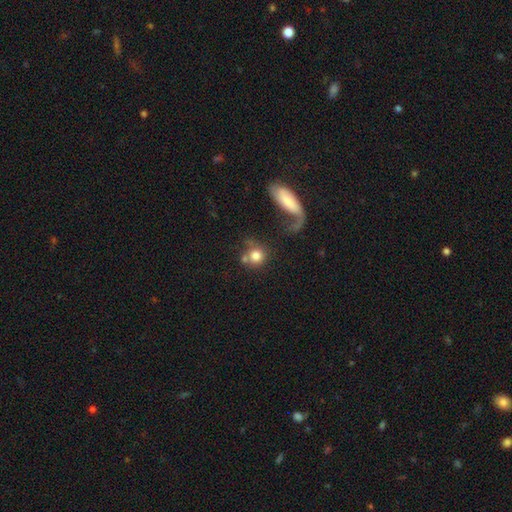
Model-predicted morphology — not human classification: The model was most divided on "merging": none: 45%, merger: 30%, major disturbance: 13%, minor disturbance: 12%. More confident: how rounded — round (87%); smooth or featured — smooth (76%).